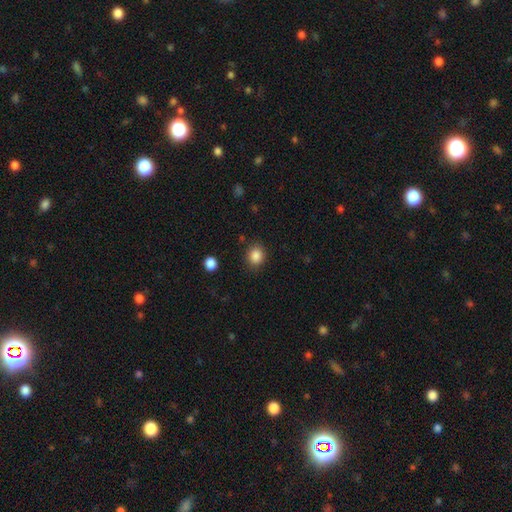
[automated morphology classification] This is clearly a smooth galaxy (87%). How rounded: likely round (71%). Merging: clearly none (86%).